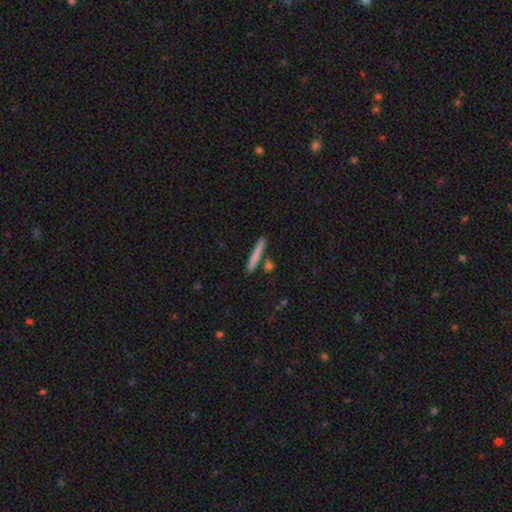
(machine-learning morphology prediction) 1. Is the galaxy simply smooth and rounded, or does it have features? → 73% smooth, 21% featured or disk, 6% star or artifact.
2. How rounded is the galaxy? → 95% cigar-shaped, 3% in between, 2% round.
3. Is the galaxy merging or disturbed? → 85% none, 8% minor disturbance, 5% merger, 2% major disturbance.